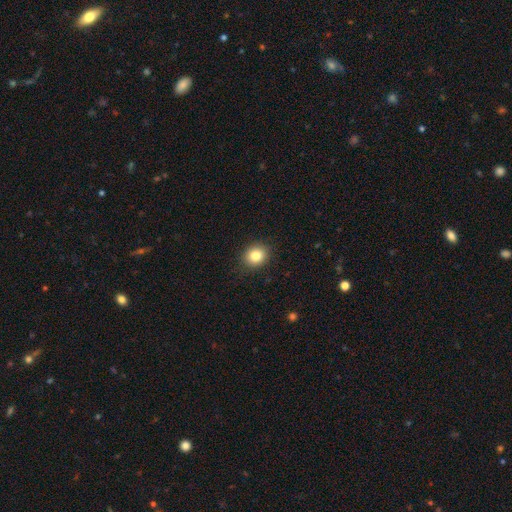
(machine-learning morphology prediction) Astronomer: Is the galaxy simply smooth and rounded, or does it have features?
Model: smooth — 83%.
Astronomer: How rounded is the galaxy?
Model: round — 69%.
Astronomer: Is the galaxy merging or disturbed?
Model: none — 89%.